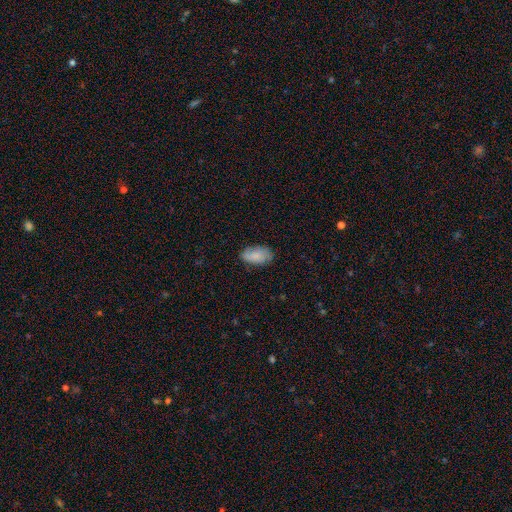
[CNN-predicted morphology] This is clearly a smooth galaxy (84%). How rounded: clearly in between (94%). Merging: likely none (79%).